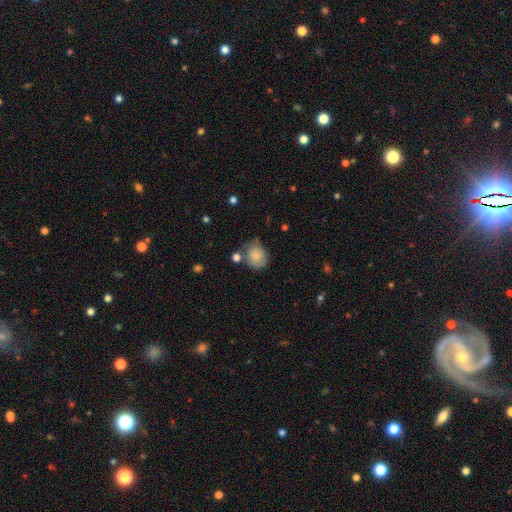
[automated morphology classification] smooth 81%, featured or disk 11%, star or artifact 9%. Down the decision tree: how rounded — round (65%); merging — none (53%).